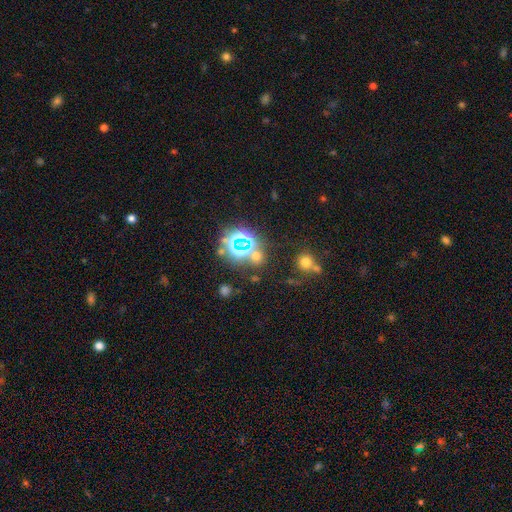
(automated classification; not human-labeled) Q: Smooth or featured?
A: star or artifact (55%); runner-up: smooth (37%)